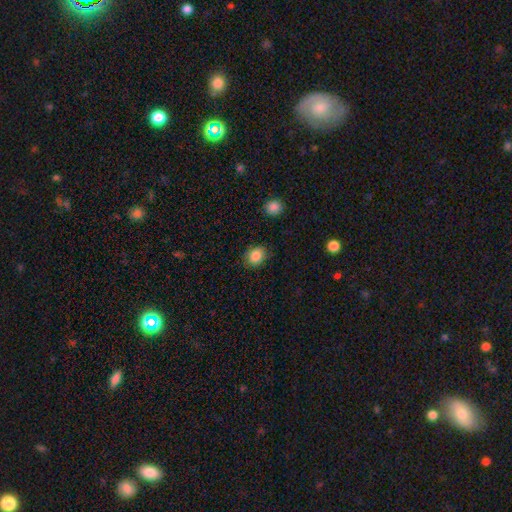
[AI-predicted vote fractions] This appears to be a smooth galaxy with no disk features (86%) that is round (60%). Merging: none (84%).